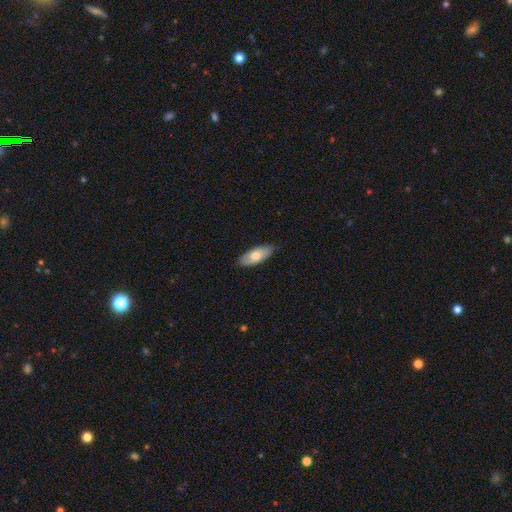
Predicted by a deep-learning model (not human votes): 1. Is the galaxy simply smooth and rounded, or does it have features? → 70% smooth, 24% featured or disk, 6% star or artifact.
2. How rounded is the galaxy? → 82% in between, 16% cigar-shaped, 2% round.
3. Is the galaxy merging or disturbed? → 82% none, 15% minor disturbance, 2% major disturbance, 1% merger.